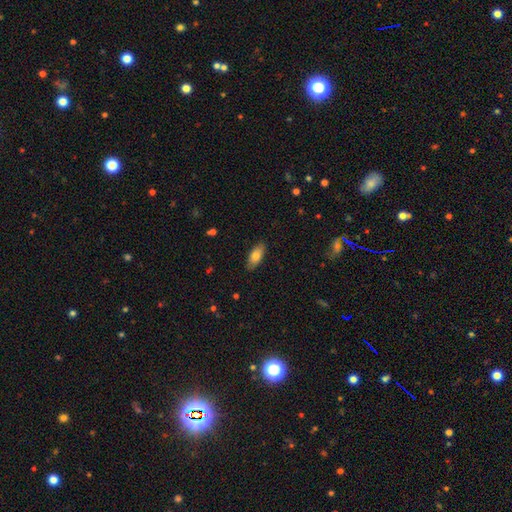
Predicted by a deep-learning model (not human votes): This appears to be a smooth galaxy with no disk features (77%) that is in between round and cigar-shaped (85%). Merging: none (87%).